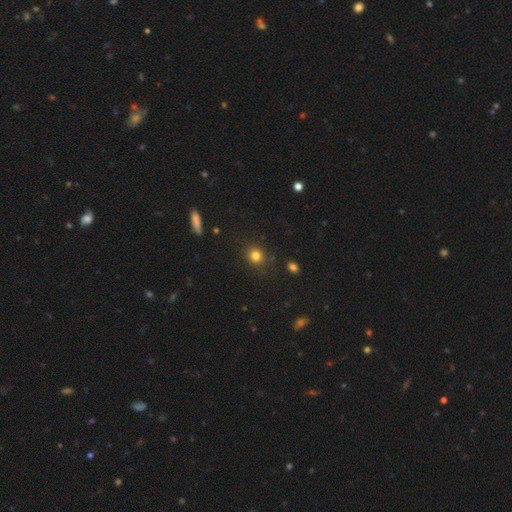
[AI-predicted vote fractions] Smooth or featured? Predicted: smooth (p=0.81). How rounded? Predicted: round (p=0.85). Merging? Predicted: none (p=0.86).